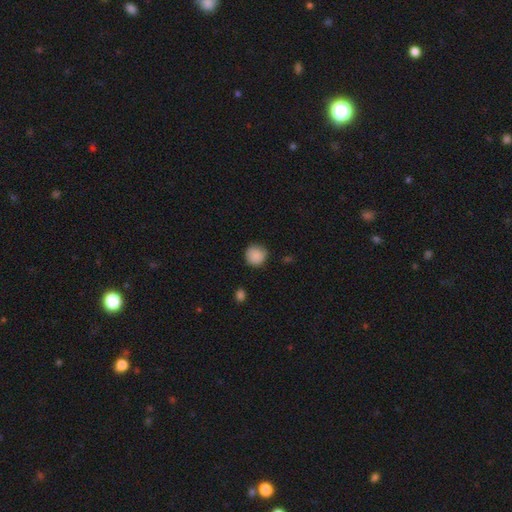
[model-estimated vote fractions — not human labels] Q: Smooth or featured?
A: smooth (88%); runner-up: star or artifact (8%)
Q: How rounded?
A: round (93%); runner-up: in between (6%)
Q: Merging?
A: none (83%); runner-up: minor disturbance (13%)